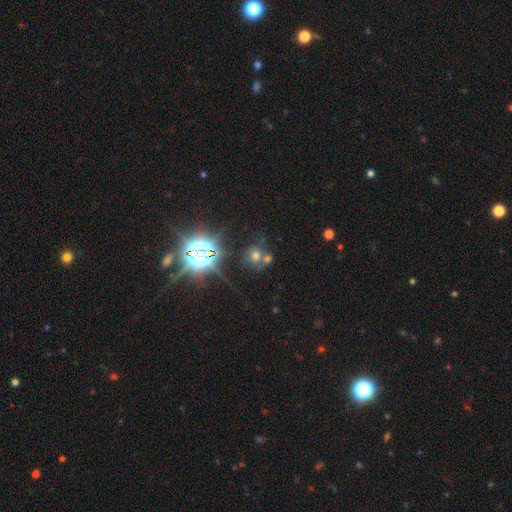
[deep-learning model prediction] Smooth or featured? smooth (45%)
Merging? none (59%)